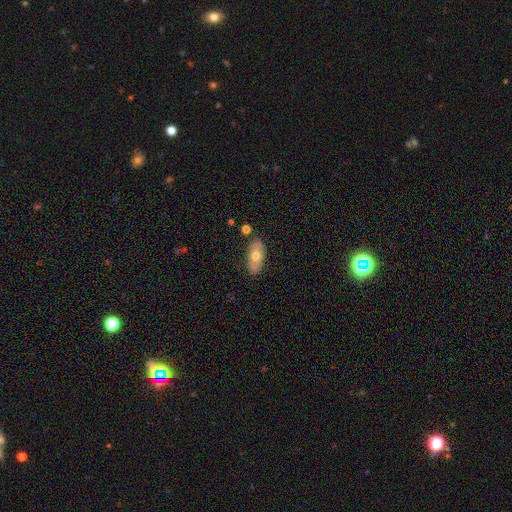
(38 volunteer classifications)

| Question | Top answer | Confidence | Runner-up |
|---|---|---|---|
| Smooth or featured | smooth | 79% | featured or disk (13%) |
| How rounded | in between | 100% | — |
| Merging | none | 83% | minor disturbance (17%) |